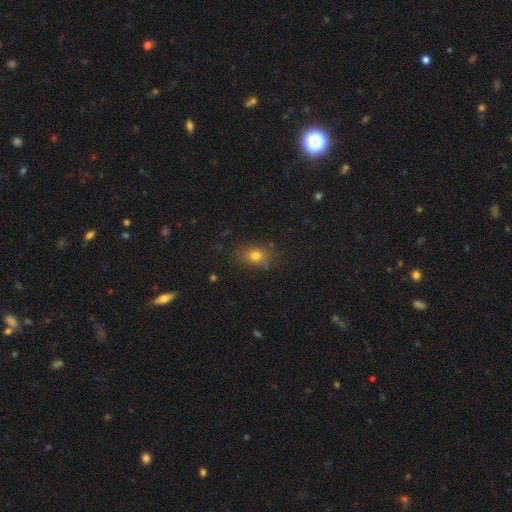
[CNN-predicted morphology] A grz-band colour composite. It shows a smooth galaxy with no disk features (78%) that is in between round and cigar-shaped (59%). Merging: none (78%).